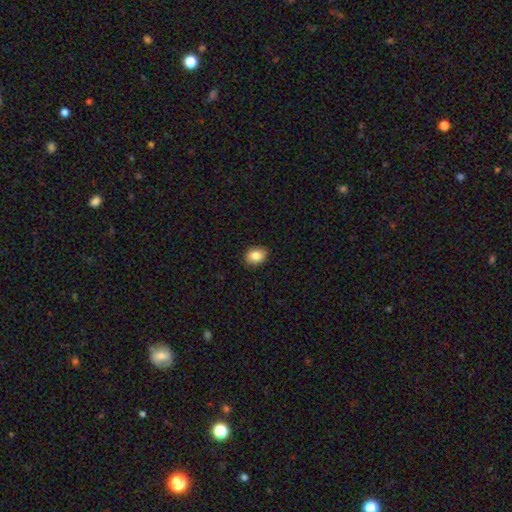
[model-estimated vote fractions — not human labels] smooth_or_featured: smooth (p=0.85) [alt: star or artifact p=0.08]
how_rounded: in between (p=0.63) [alt: round p=0.36]
merging: none (p=0.89) [alt: minor disturbance p=0.08]